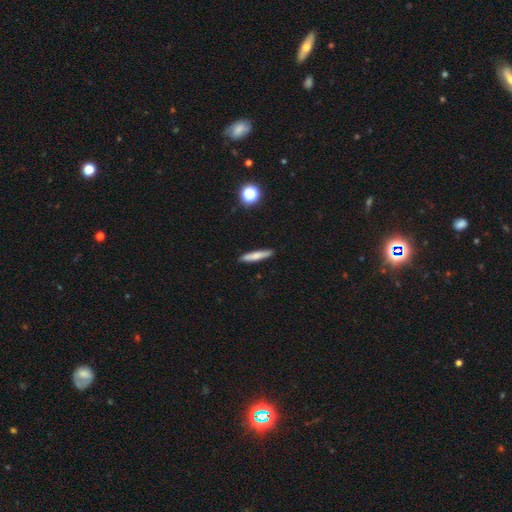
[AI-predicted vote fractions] Q: Smooth or featured?
A: smooth (72%); runner-up: featured or disk (20%)
Q: How rounded?
A: cigar-shaped (89%); runner-up: in between (9%)
Q: Merging?
A: none (89%); runner-up: minor disturbance (8%)